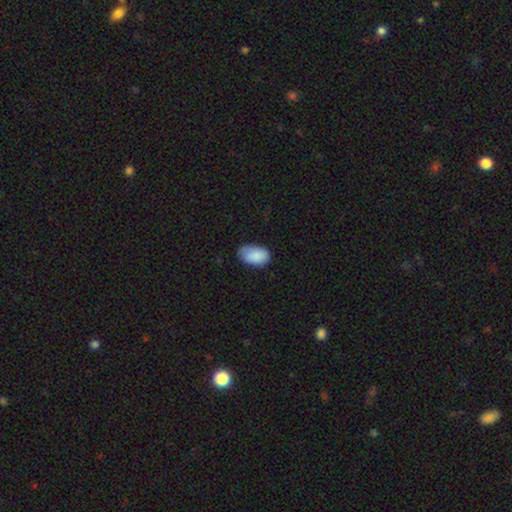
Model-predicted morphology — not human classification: A smooth galaxy with no disk features (87%) that is in between round and cigar-shaped (94%). Merging: none (65%).